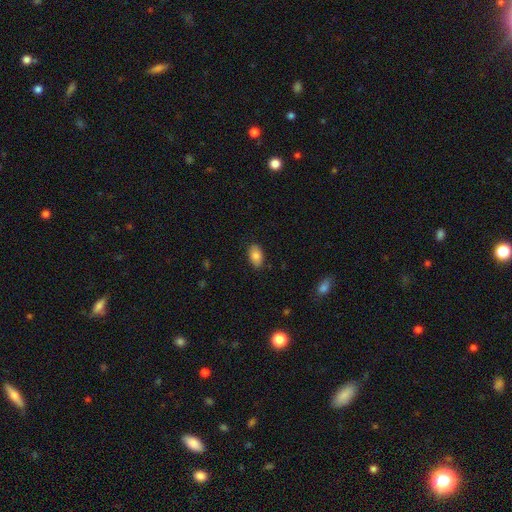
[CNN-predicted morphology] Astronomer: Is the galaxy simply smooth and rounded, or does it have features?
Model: smooth — 85%.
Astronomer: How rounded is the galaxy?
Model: in between — 92%.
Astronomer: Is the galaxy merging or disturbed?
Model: none — 87%.